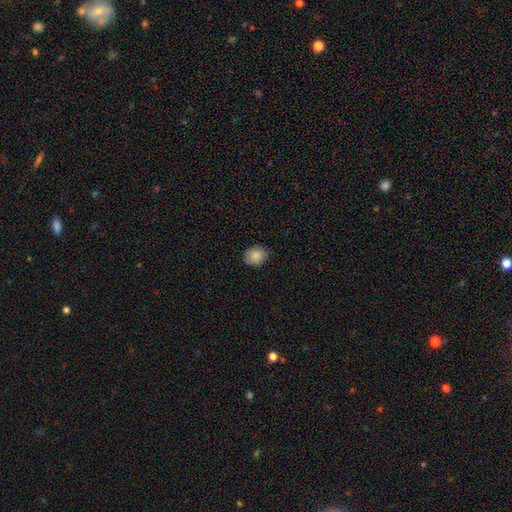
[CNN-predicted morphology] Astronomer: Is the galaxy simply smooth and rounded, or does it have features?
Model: smooth — 87%.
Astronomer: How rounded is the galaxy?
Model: round — 56% (runner-up: in between, 43%).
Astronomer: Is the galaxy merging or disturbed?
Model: none — 82%.